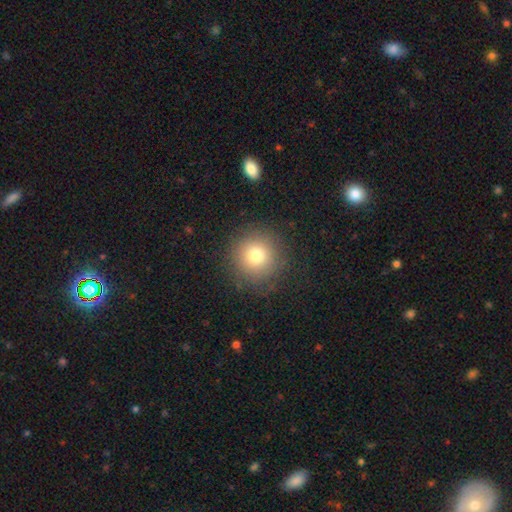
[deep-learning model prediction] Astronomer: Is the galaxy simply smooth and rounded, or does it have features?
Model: smooth — 78%.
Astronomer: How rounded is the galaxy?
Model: round — 95%.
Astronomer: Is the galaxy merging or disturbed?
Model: none — 88%.